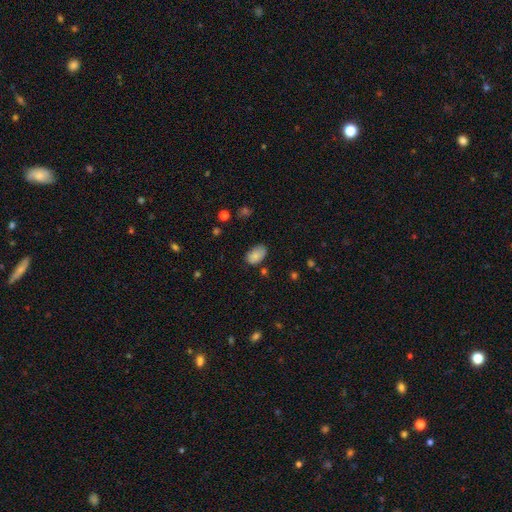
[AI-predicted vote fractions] Smooth or featured? smooth (82%)
How rounded? in between (92%)
Merging? none (69%)